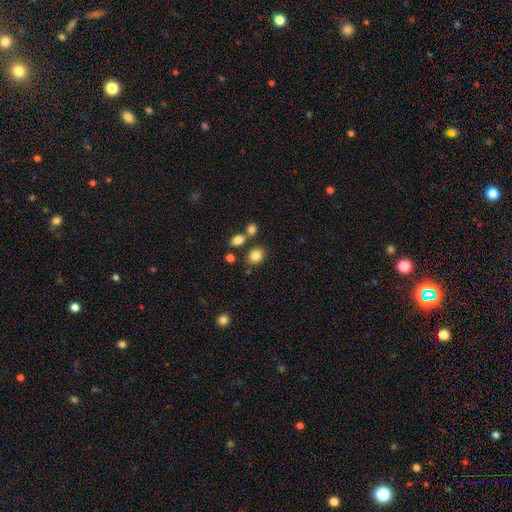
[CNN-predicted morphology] The model was most divided on "how rounded": in between: 52%, round: 47%, cigar-shaped: 1%. More confident: smooth or featured — smooth (83%); merging — none (73%).